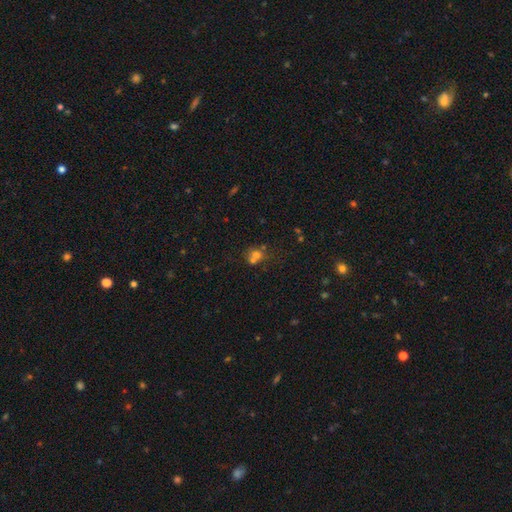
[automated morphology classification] smooth_or_featured: smooth (p=0.60) [alt: star or artifact p=0.21]
how_rounded: round (p=0.75) [alt: in between p=0.24]
merging: merger (p=0.48) [alt: none p=0.39]